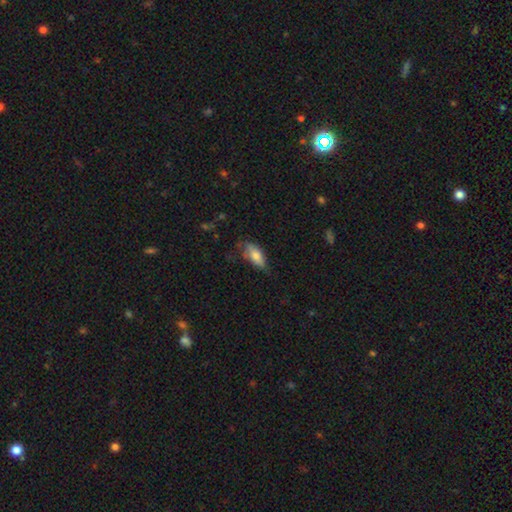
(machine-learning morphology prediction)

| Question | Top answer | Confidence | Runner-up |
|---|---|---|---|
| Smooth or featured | smooth | 73% | featured or disk (20%) |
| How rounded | in between | 84% | cigar-shaped (14%) |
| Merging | none | 50% | minor disturbance (34%) |